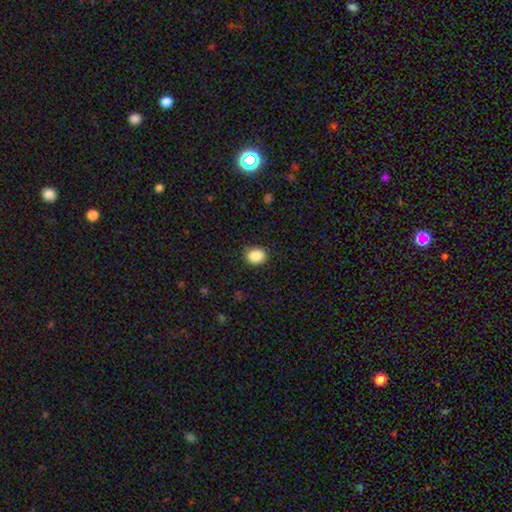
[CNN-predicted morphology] A smooth galaxy with no disk features (88%) that is round (58%).

Vote fractions:
- Smooth or featured? smooth: 88% / star or artifact: 9% / featured or disk: 3%
- How rounded? round: 58% / in between: 41% / cigar-shaped: 1%
- Merging? none: 86% / minor disturbance: 10% / major disturbance: 3% / merger: 1%